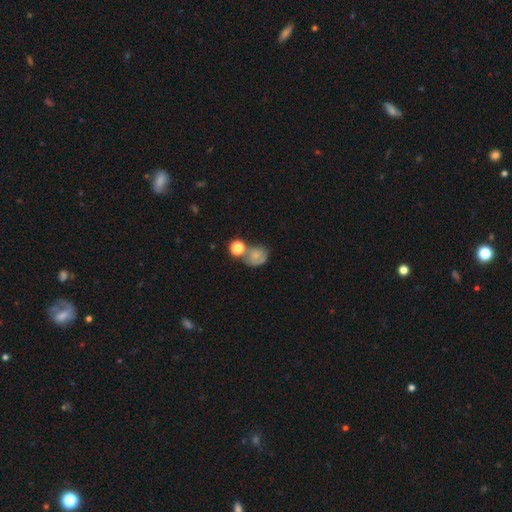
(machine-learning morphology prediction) A smooth galaxy with no disk features (65%) that is round (64%). Merging: none (41%).